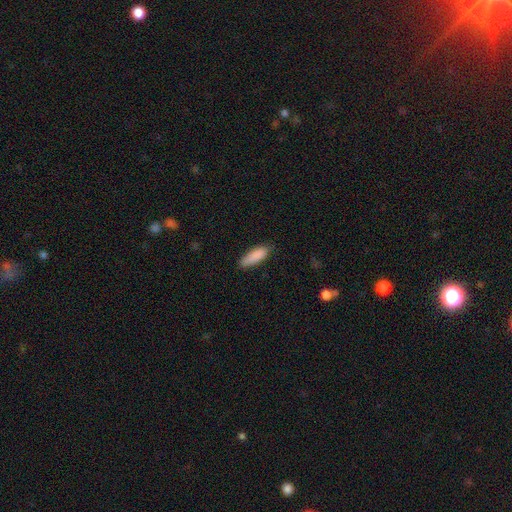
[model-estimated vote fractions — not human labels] smooth 88%, star or artifact 7%, featured or disk 6%. Down the decision tree: how rounded — in between (57%); merging — none (77%).